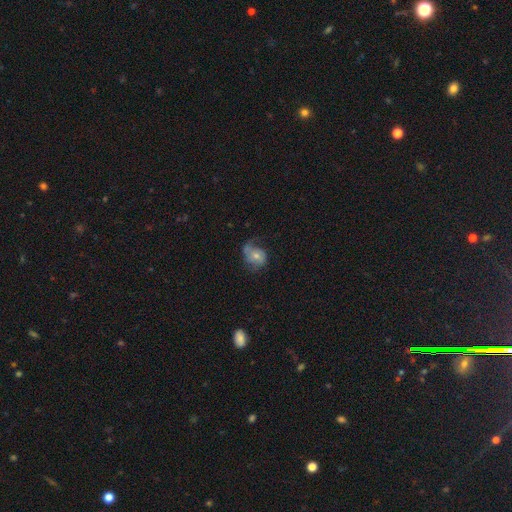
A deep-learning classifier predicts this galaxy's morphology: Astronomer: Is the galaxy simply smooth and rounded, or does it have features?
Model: featured or disk — 47% (runner-up: smooth, 45%).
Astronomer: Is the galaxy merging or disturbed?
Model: none — 42% (runner-up: minor disturbance, 30%).